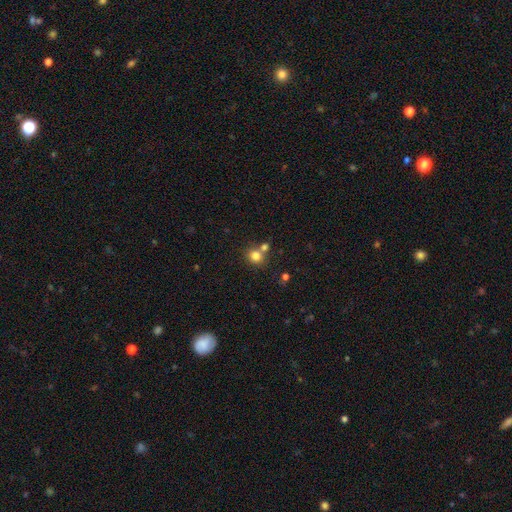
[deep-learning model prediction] This is likely a smooth galaxy (80%). How rounded: clearly round (82%). Merging: possibly none (59%).